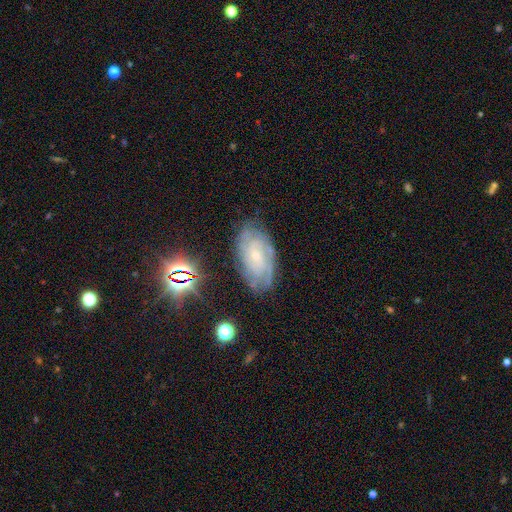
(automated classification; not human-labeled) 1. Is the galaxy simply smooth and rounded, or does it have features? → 75% featured or disk, 14% smooth, 11% star or artifact.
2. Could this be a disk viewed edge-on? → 95% no, 5% yes.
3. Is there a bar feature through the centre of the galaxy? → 69% no, 26% weak, 5% strong.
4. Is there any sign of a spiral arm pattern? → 94% yes, 6% no.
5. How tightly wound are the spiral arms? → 69% tight, 25% medium, 5% loose.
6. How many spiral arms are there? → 41% can't tell, 17% 3, 16% 2, 15% 4, 7% more than 4, 5% 1.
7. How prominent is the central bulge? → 73% small, 21% moderate, 4% none, 1% large, 1% dominant.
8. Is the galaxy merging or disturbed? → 76% none, 17% minor disturbance, 5% major disturbance, 2% merger.